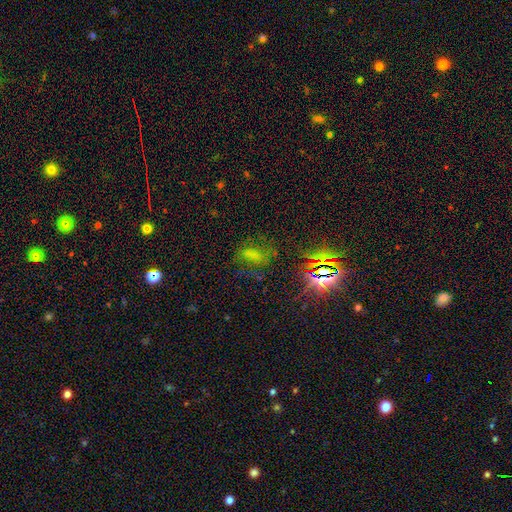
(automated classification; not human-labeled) A star or artifact, not a galaxy (46%).